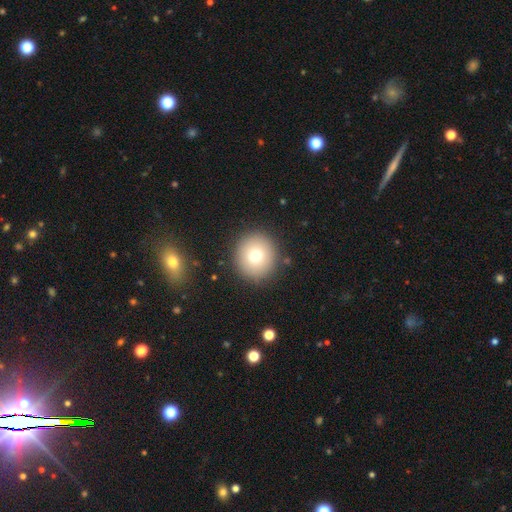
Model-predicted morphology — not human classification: Smooth or featured?
  - smooth: 73% *
  - featured or disk: 14%
  - star or artifact: 13%
How rounded?
  - round: 92% *
  - in between: 7%
  - cigar-shaped: 1%
Merging?
  - none: 90% *
  - minor disturbance: 6%
  - major disturbance: 3%
  - merger: 2%